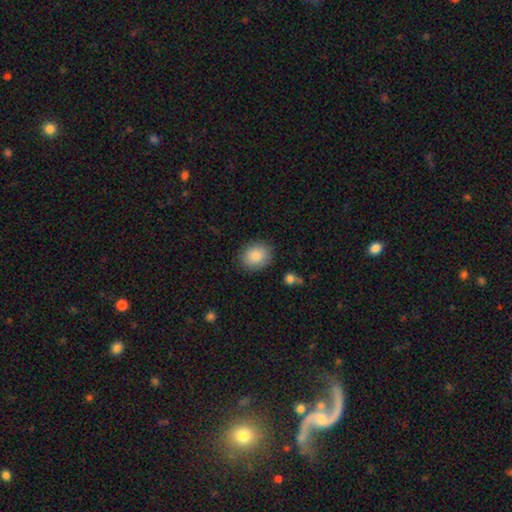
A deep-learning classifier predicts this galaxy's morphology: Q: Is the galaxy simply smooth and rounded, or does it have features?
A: smooth — 88%.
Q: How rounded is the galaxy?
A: round — 53%.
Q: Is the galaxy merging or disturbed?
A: none — 85%.